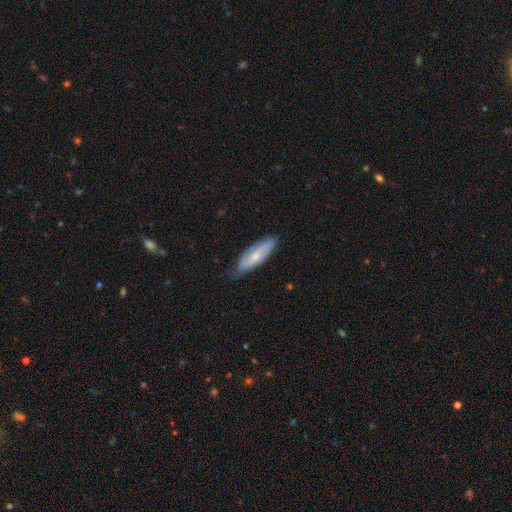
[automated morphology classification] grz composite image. It shows a featured or disk galaxy (49%). Merging: none (71%).